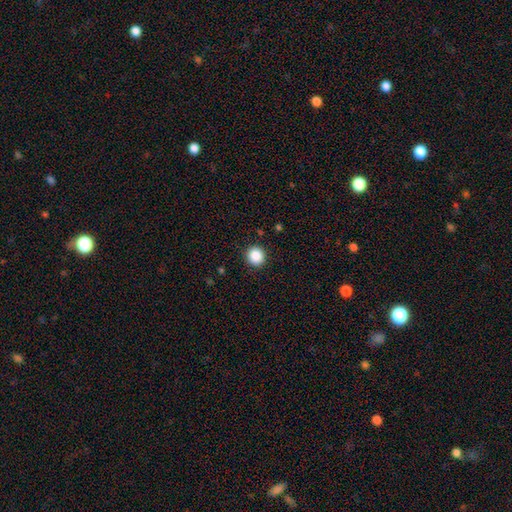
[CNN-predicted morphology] A smooth galaxy with no disk features (87%) that is round (92%).

Vote fractions:
- Smooth or featured? smooth: 87% / star or artifact: 10% / featured or disk: 3%
- How rounded? round: 92% / in between: 7% / cigar-shaped: 1%
- Merging? none: 91% / minor disturbance: 6% / major disturbance: 2% / merger: 1%